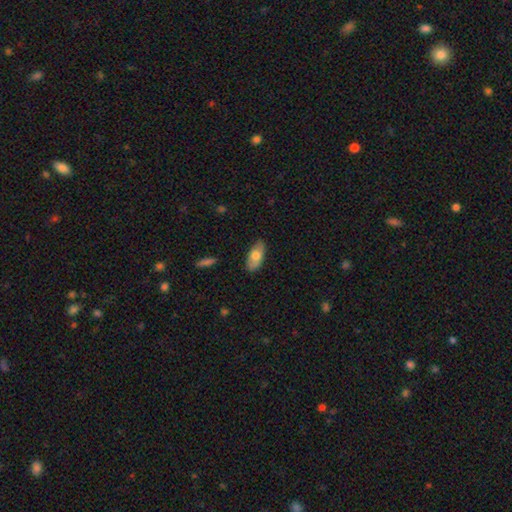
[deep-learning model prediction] Smooth or featured: smooth — 68% (featured or disk — 26%)
How rounded: in between — 90% (cigar-shaped — 7%)
Merging: none — 84% (minor disturbance — 13%)